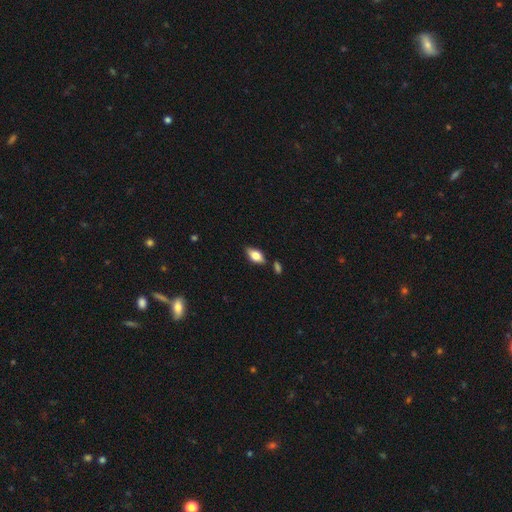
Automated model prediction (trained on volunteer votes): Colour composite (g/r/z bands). It shows a smooth galaxy with no disk features (73%) that is in between round and cigar-shaped (88%). Merging: none (77%).